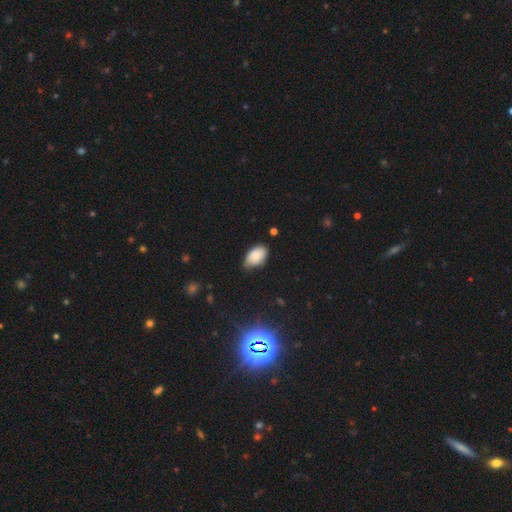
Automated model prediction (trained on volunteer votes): smooth_or_featured: smooth (p=0.80) [alt: featured or disk p=0.12]
how_rounded: in between (p=0.93) [alt: round p=0.06]
merging: none (p=0.54) [alt: minor disturbance p=0.38]